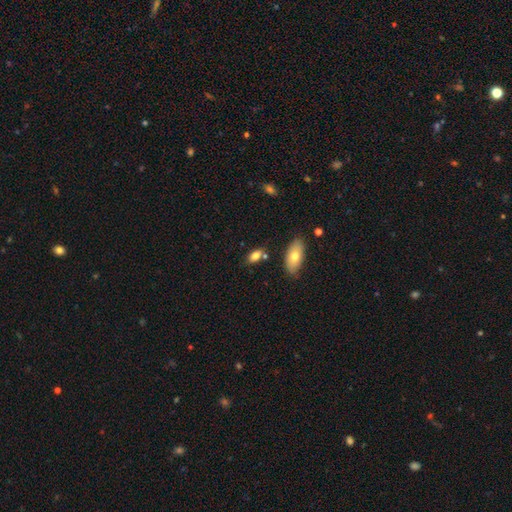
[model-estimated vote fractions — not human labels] Smooth or featured: smooth — 78% (featured or disk — 14%)
How rounded: in between — 86% (round — 7%)
Merging: none — 68% (minor disturbance — 15%)